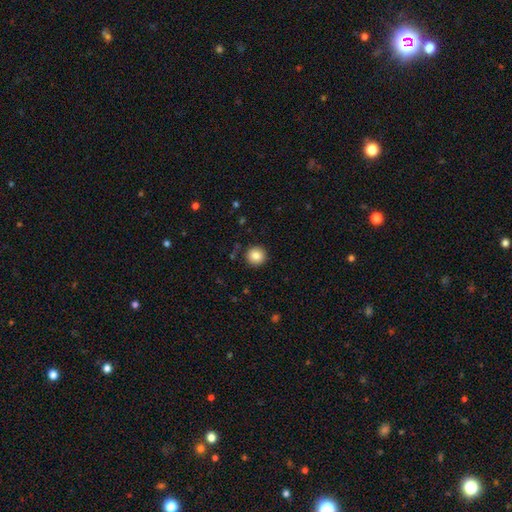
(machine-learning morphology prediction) This appears to be a smooth galaxy with no disk features (85%) that is round (95%). Merging: none (91%).